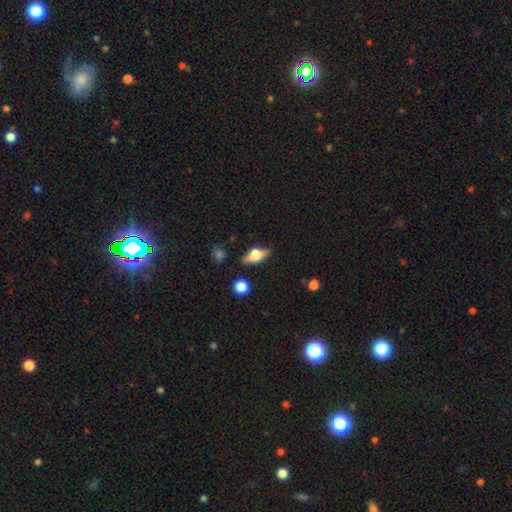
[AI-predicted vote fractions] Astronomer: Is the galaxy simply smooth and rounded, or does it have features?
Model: smooth — 47% (runner-up: featured or disk, 44%).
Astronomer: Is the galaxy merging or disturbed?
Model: none — 75%.